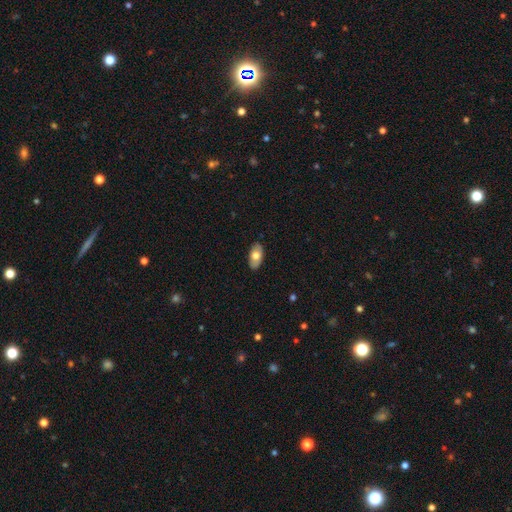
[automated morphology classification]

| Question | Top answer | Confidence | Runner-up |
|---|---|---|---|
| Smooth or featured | smooth | 67% | featured or disk (27%) |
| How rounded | in between | 94% | round (3%) |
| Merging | none | 87% | minor disturbance (10%) |